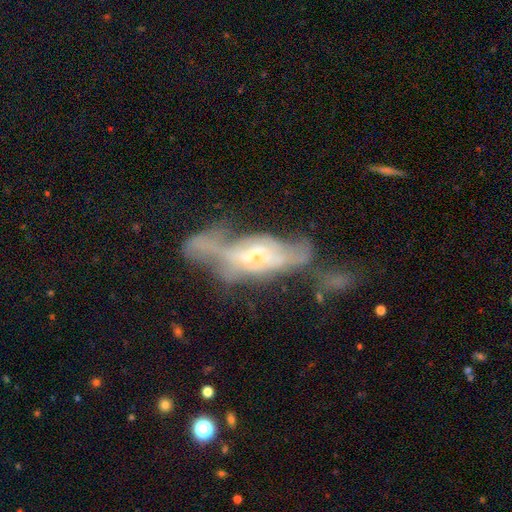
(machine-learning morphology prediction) Smooth or featured: featured or disk — 68% (smooth — 23%)
Edge-on disk: no — 58% (yes — 42%)
Merging: major disturbance — 42% (none — 21%)